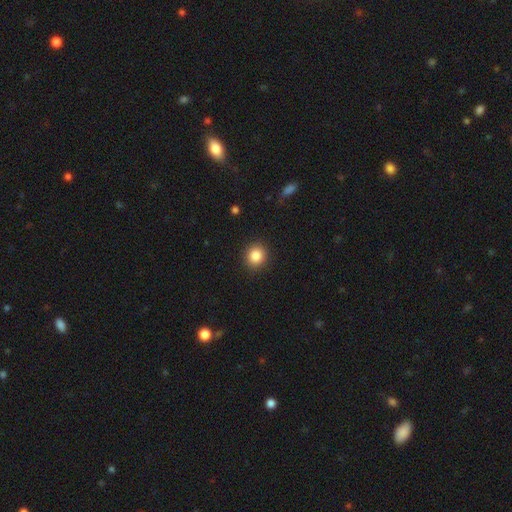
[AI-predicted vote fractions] Smooth or featured: smooth — 85% (star or artifact — 10%)
How rounded: round — 87% (in between — 12%)
Merging: none — 91% (minor disturbance — 6%)